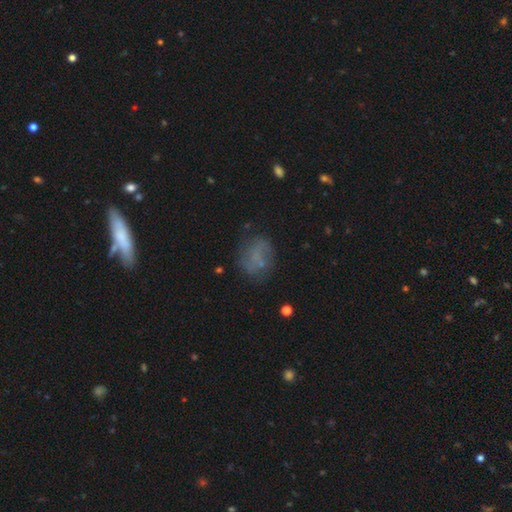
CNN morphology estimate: smooth-or-featured: smooth: 51% | featured or disk: 33% | star or artifact: 17%
  how-rounded: in between: 56% | round: 42% | cigar-shaped: 2%
  merging: none: 63% | minor disturbance: 22% | major disturbance: 12% | merger: 4%